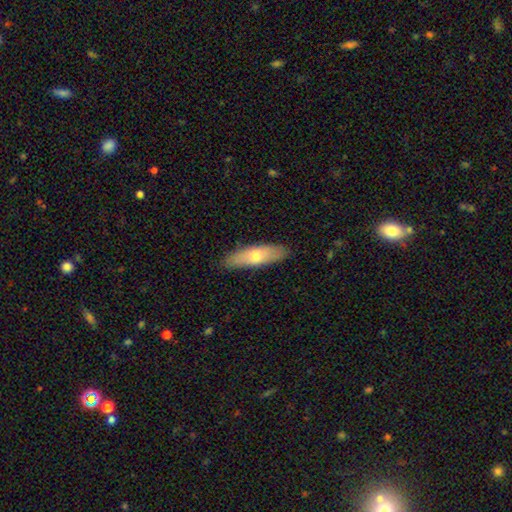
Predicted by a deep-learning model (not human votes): Smooth or featured? Predicted: smooth (p=0.66). How rounded? Predicted: cigar-shaped (p=0.53). Merging? Predicted: none (p=0.87).